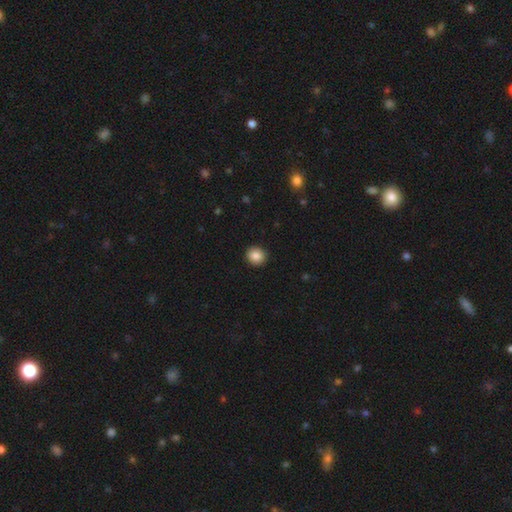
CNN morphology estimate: Smooth or featured?
  - smooth: 87% *
  - star or artifact: 9%
  - featured or disk: 5%
How rounded?
  - round: 90% *
  - in between: 9%
  - cigar-shaped: 1%
Merging?
  - none: 93% *
  - minor disturbance: 5%
  - major disturbance: 2%
  - merger: 1%